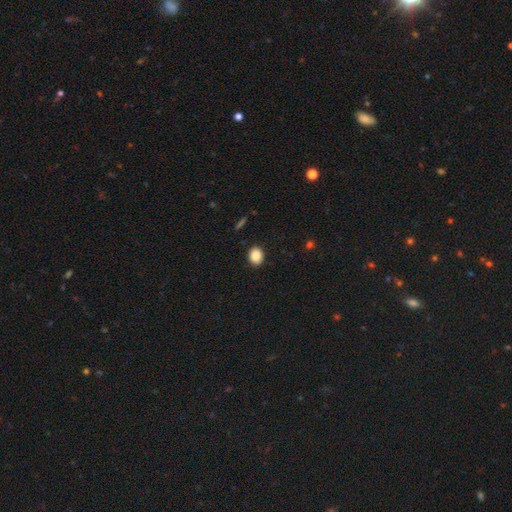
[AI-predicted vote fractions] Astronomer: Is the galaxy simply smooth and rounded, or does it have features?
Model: smooth — 89%.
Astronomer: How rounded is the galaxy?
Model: round — 50% (runner-up: in between, 49%).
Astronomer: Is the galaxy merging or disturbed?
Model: none — 90%.